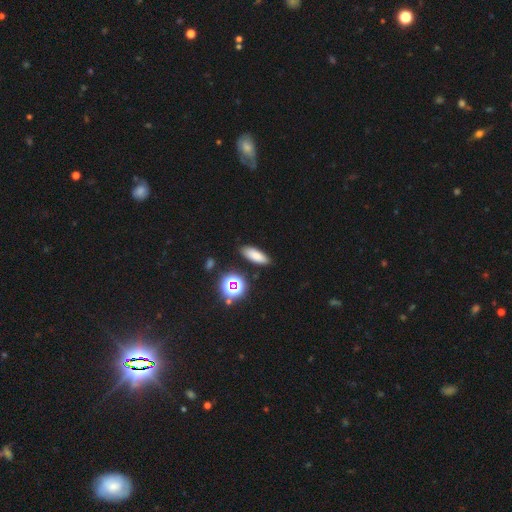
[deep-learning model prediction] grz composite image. It shows a smooth galaxy with no disk features (77%) that is in between round and cigar-shaped (64%). Merging: none (87%).